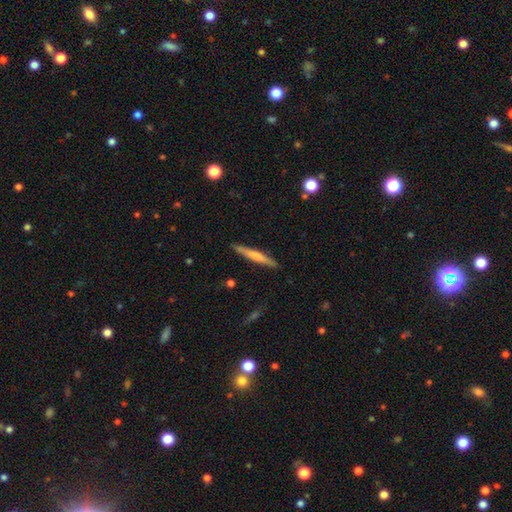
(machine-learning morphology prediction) Smooth or featured?
  - smooth: 60% *
  - featured or disk: 34%
  - star or artifact: 6%
How rounded?
  - cigar-shaped: 96% *
  - in between: 3%
  - round: 1%
Merging?
  - none: 89% *
  - minor disturbance: 8%
  - major disturbance: 2%
  - merger: 1%